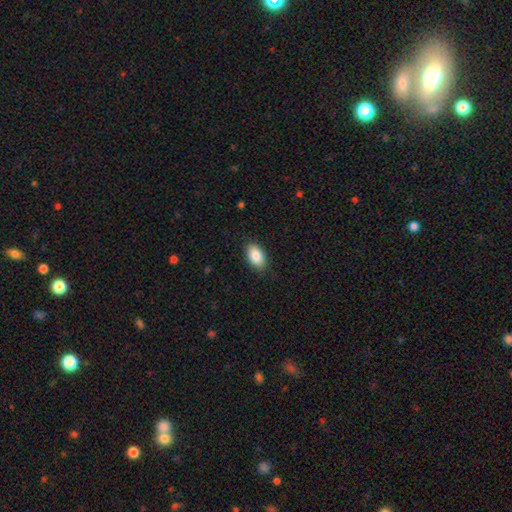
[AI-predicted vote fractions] Smooth or featured: smooth — 87% (star or artifact — 7%)
How rounded: in between — 93% (round — 5%)
Merging: none — 87% (minor disturbance — 10%)